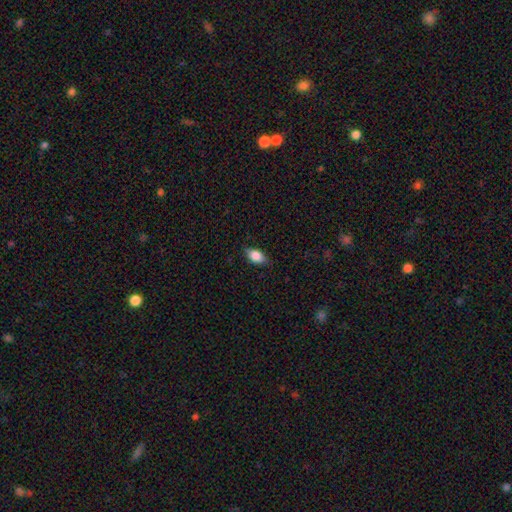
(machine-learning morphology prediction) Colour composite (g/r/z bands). It shows a smooth galaxy with no disk features (83%) that is in between round and cigar-shaped (85%). Merging: none (79%).